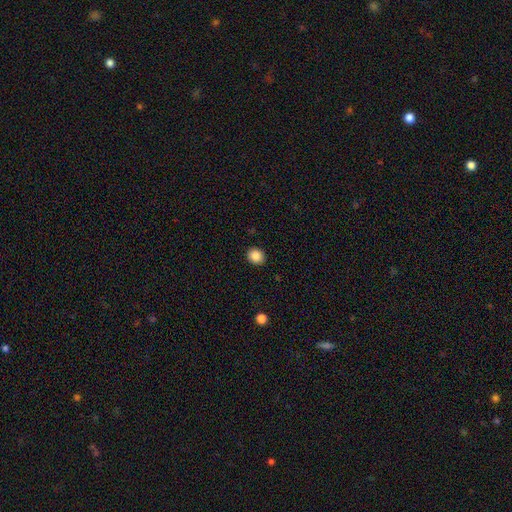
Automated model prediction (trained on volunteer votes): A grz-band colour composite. It shows a smooth galaxy with no disk features (86%) that is round (75%). Merging: none (91%).